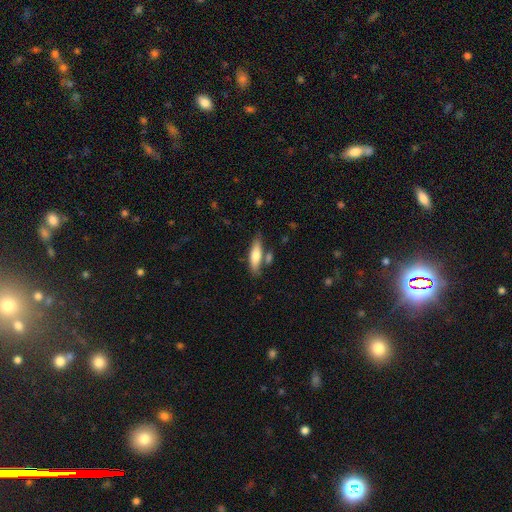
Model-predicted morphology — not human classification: Smooth or featured? smooth (70%)
How rounded? cigar-shaped (53%)
Merging? none (70%)